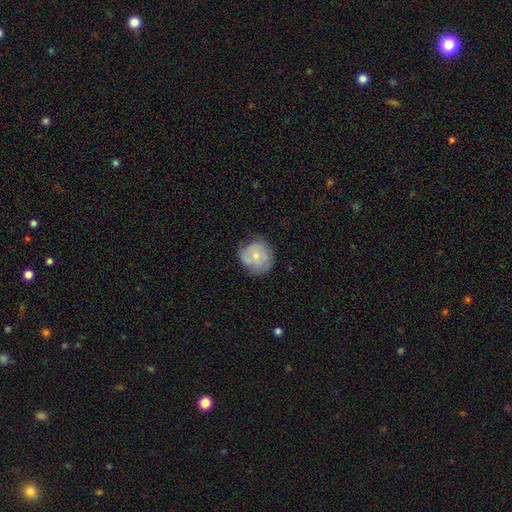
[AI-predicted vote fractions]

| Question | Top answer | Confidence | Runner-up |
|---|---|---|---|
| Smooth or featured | smooth | 60% | featured or disk (33%) |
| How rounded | round | 87% | in between (12%) |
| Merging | none | 63% | minor disturbance (27%) |